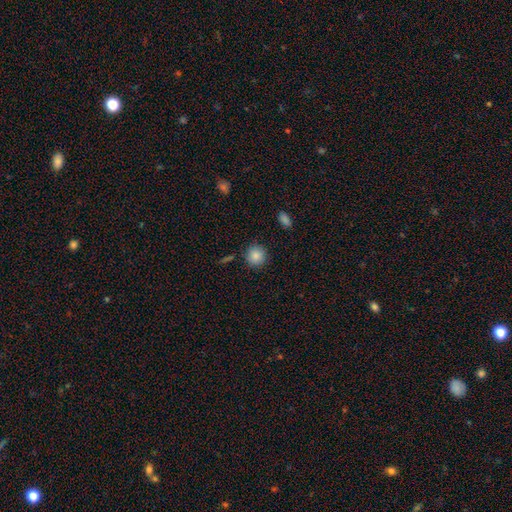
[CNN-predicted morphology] smooth-or-featured: smooth: 86% | star or artifact: 9% | featured or disk: 5%
  how-rounded: round: 93% | in between: 6% | cigar-shaped: 1%
  merging: none: 89% | minor disturbance: 7% | major disturbance: 2% | merger: 2%